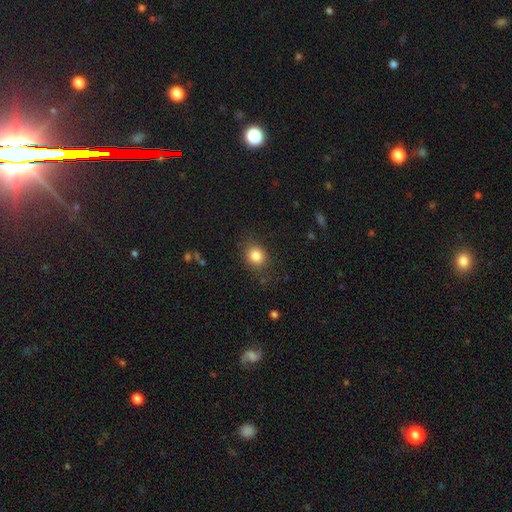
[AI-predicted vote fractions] This appears to be a smooth galaxy with no disk features (83%) that is round (68%). Merging: none (80%).